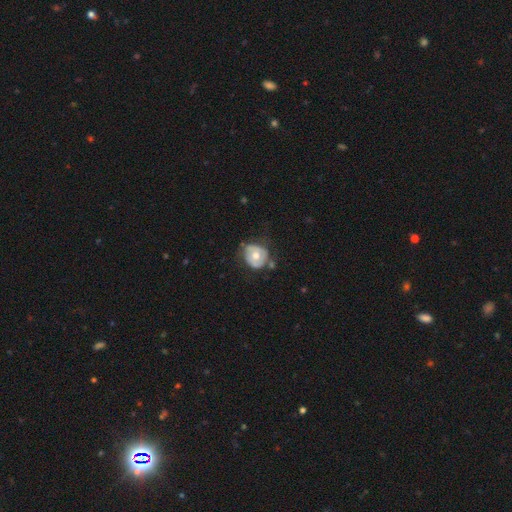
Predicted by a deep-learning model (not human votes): A featured or disk galaxy (48%). Merging: none (53%).